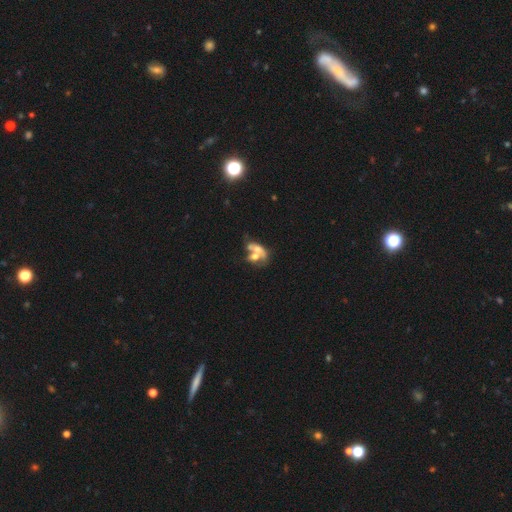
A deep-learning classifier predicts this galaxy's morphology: This appears to be a featured or disk galaxy (46%). Merging: merger (66%).